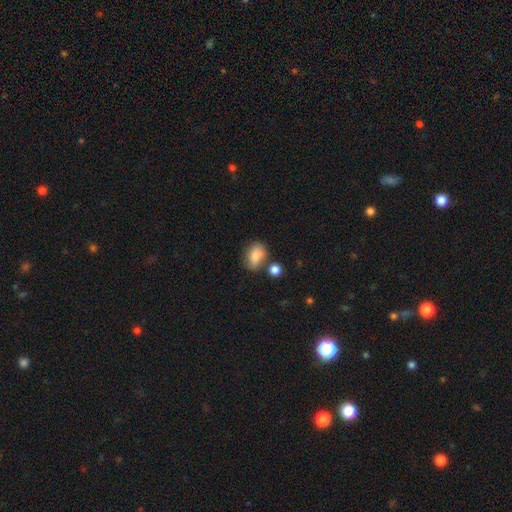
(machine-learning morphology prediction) The model was most divided on "merging": none: 59%, minor disturbance: 20%, merger: 16%, major disturbance: 6%. More confident: smooth or featured — smooth (83%); how rounded — in between (74%).